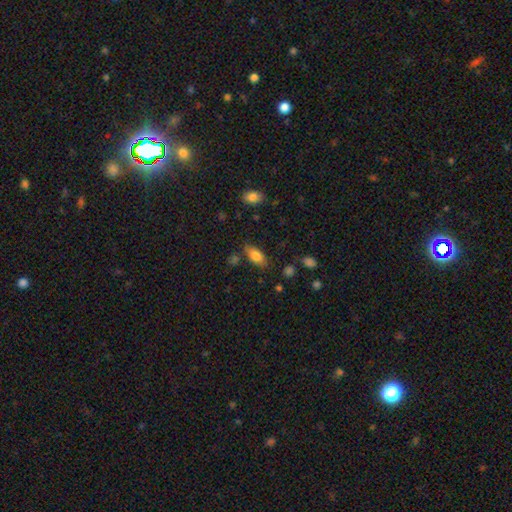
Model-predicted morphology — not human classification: This is clearly a smooth galaxy (80%). How rounded: clearly in between (88%). Merging: likely none (75%).